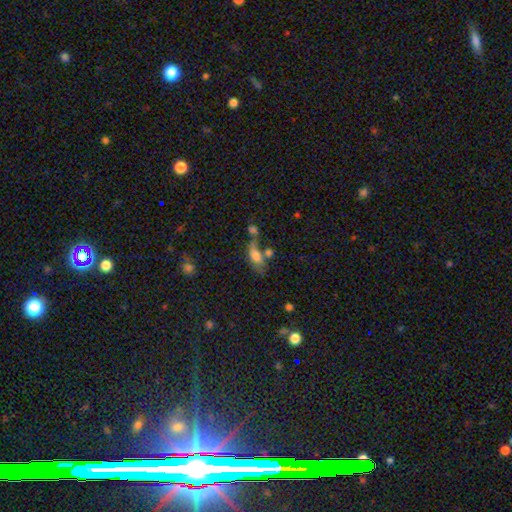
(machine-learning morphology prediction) Smooth or featured?
  - smooth: 64% *
  - featured or disk: 24%
  - star or artifact: 12%
How rounded?
  - in between: 75% *
  - cigar-shaped: 18%
  - round: 7%
Merging?
  - merger: 35% *
  - none: 31%
  - major disturbance: 17%
  - minor disturbance: 17%